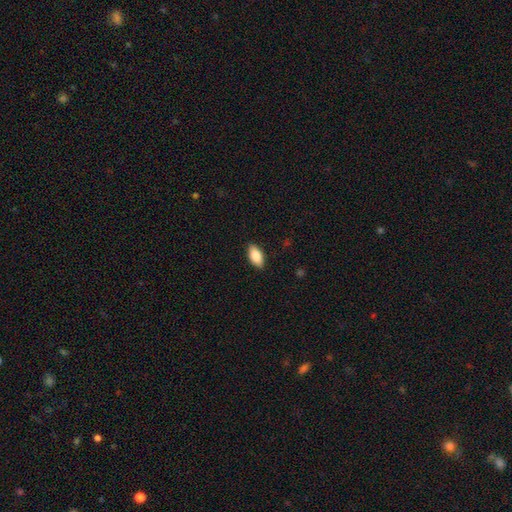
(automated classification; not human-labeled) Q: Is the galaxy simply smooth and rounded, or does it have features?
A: smooth — 86%.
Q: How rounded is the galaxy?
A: in between — 92%.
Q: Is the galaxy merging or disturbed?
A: none — 88%.